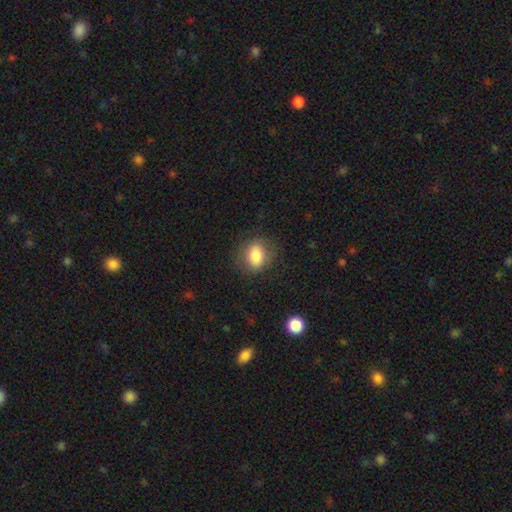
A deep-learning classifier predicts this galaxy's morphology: Q: Smooth or featured?
A: smooth (82%); runner-up: featured or disk (10%)
Q: How rounded?
A: in between (58%); runner-up: round (41%)
Q: Merging?
A: none (78%); runner-up: minor disturbance (15%)